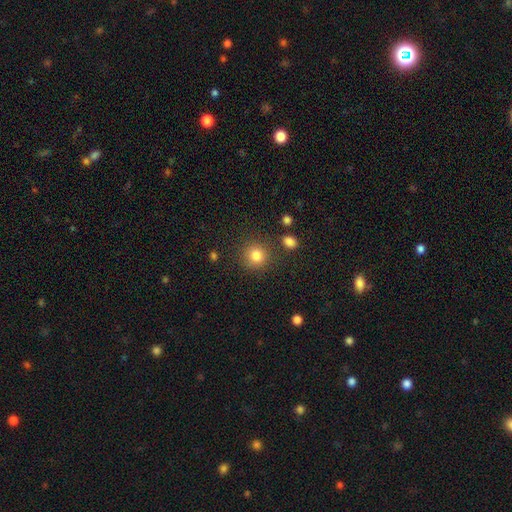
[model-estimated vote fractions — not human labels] A smooth galaxy with no disk features (83%) that is round (91%). Merging: none (84%).